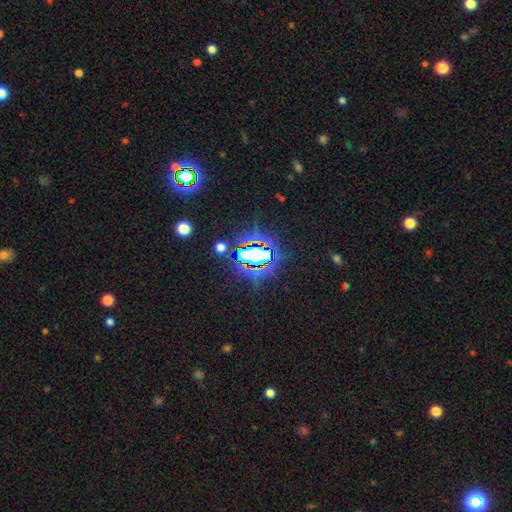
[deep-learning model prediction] This is likely a star or artifact rather than a galaxy (72%).